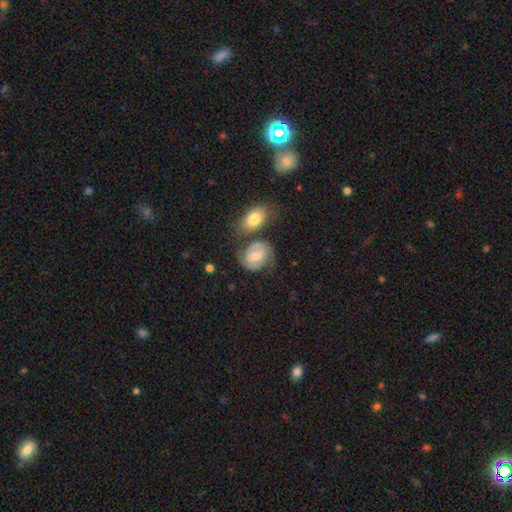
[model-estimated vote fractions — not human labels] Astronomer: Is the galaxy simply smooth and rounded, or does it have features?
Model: featured or disk — 52% (runner-up: smooth, 40%).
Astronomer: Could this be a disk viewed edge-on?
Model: no — 97%.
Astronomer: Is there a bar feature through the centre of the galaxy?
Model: no — 44%, tied with weak at 44%.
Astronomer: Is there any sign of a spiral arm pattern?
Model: yes — 80%.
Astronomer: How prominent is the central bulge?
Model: moderate — 56% (runner-up: small, 32%).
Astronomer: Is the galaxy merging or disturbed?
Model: none — 51%.